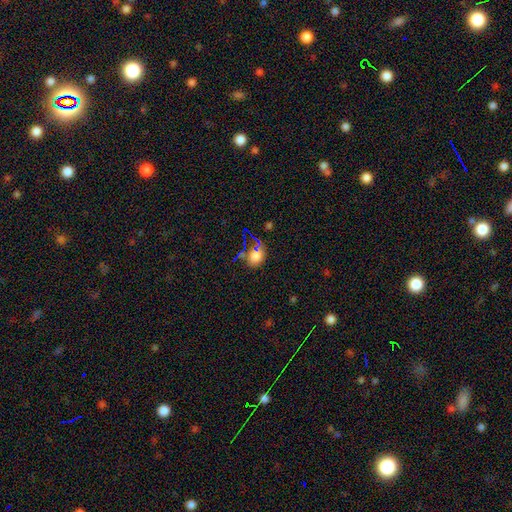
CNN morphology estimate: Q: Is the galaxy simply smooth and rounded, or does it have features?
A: smooth — 67%.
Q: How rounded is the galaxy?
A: round — 62%.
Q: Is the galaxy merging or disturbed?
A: none — 73%.